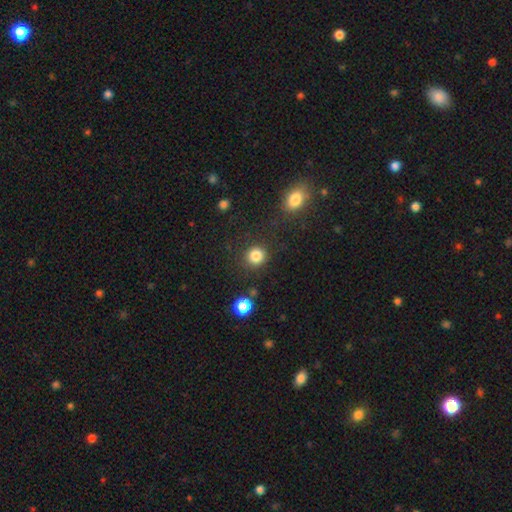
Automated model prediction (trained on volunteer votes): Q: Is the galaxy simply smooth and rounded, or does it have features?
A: smooth — 85%.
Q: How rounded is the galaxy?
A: round — 90%.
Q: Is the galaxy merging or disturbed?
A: none — 86%.